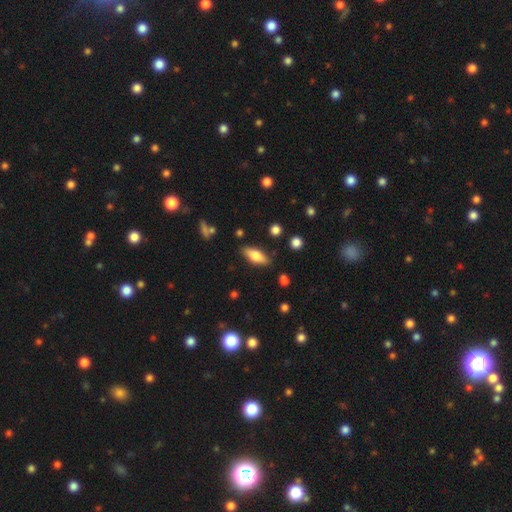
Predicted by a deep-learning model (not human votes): Morphology: type=smooth (67%); roundness=in between (70%); merging=none (82%).